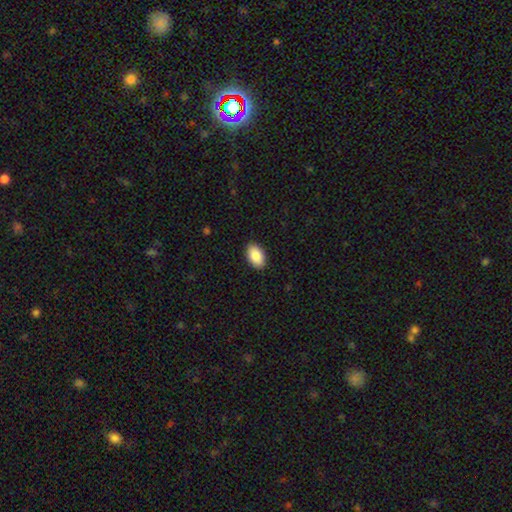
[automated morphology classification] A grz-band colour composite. It shows a smooth galaxy with no disk features (87%) that is in between round and cigar-shaped (93%). Merging: none (90%).